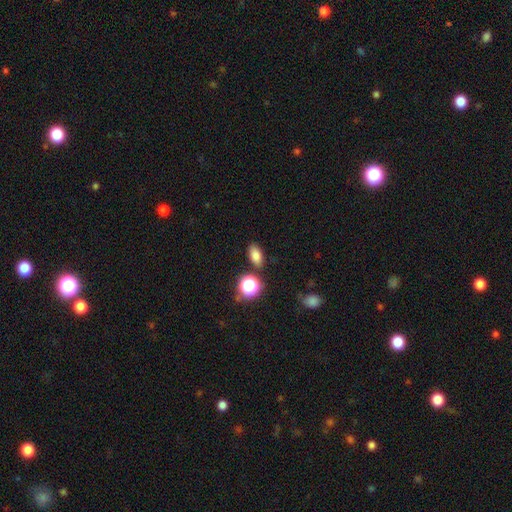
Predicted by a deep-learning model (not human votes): A smooth galaxy with no disk features (78%) that is in between round and cigar-shaped (83%).

Vote fractions:
- Smooth or featured? smooth: 78% / star or artifact: 15% / featured or disk: 7%
- How rounded? in between: 83% / round: 14% / cigar-shaped: 3%
- Merging? none: 82% / minor disturbance: 10% / merger: 5% / major disturbance: 3%